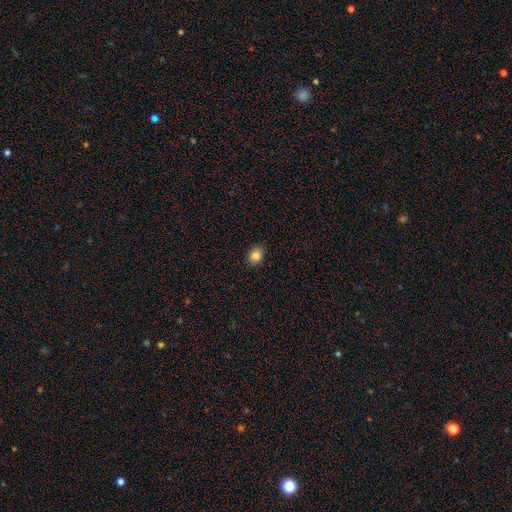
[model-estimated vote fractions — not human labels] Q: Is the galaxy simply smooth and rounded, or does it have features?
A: smooth — 84%.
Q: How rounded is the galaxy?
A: in between — 50%.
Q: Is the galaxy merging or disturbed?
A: none — 89%.